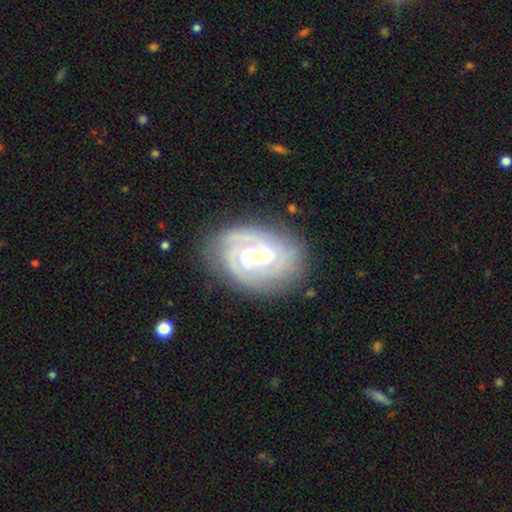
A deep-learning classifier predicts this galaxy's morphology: smooth-or-featured: featured or disk: 90% | smooth: 5% | star or artifact: 5%
  disk-edge-on: no: 97% | yes: 3%
    bar: weak: 49% | no: 30% | strong: 22%
    has-spiral-arms: yes: 98% | no: 2%
      spiral-winding: tight: 70% | medium: 27% | loose: 3%
      spiral-arm-count: 2: 54% | 3: 25% | can't tell: 10% | 4: 5% | 1: 3% | more than 4: 3%
    bulge-size: small: 67% | moderate: 28% | none: 3% | large: 2% | dominant: 1%
  merging: none: 79% | minor disturbance: 15% | major disturbance: 5% | merger: 1%